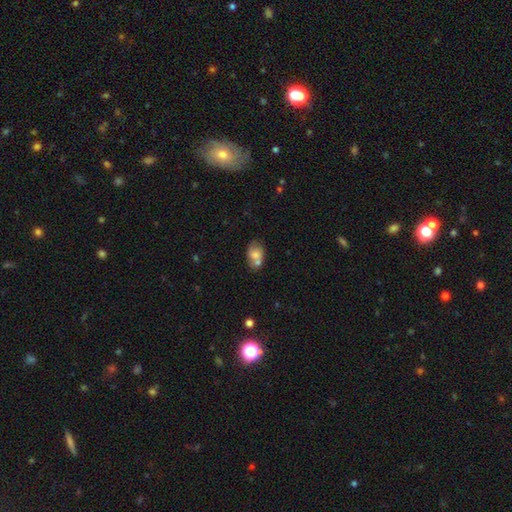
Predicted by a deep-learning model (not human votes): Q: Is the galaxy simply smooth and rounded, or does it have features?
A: smooth — 65%.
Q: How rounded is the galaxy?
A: in between — 77%.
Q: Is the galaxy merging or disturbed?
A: merger — 39%.